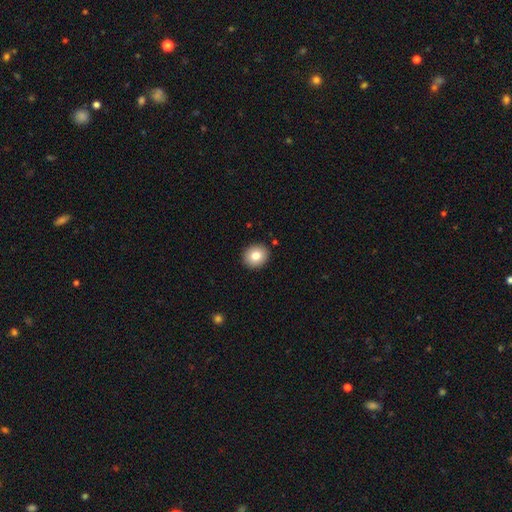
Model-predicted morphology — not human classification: This is clearly a smooth galaxy (81%). How rounded: likely round (79%). Merging: clearly none (91%).